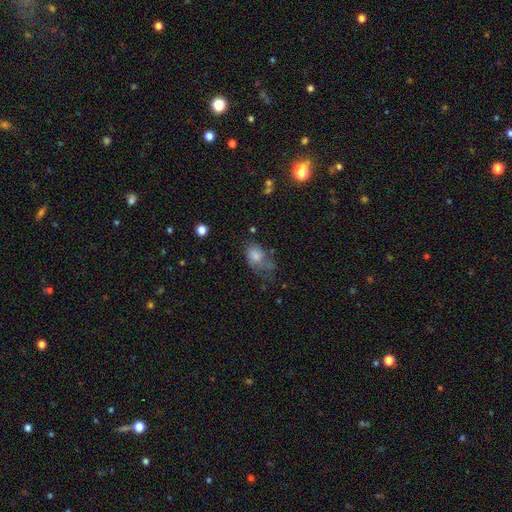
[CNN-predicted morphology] A smooth galaxy with no disk features (65%) that is in between round and cigar-shaped (66%). Merging: none (36%).